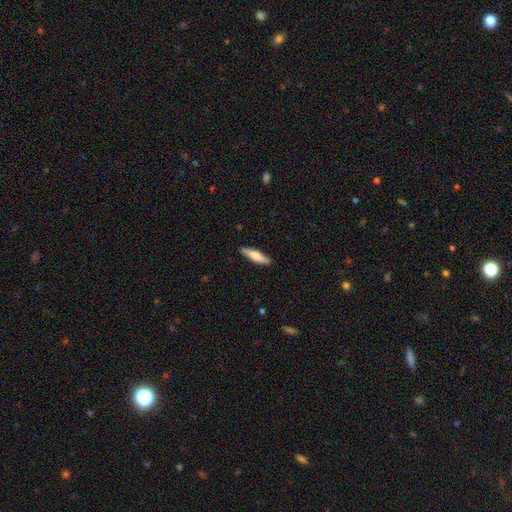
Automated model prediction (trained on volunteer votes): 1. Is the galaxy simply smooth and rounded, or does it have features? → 64% smooth, 31% featured or disk, 5% star or artifact.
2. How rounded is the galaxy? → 74% cigar-shaped, 24% in between, 2% round.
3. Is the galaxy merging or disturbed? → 87% none, 10% minor disturbance, 2% major disturbance, 1% merger.